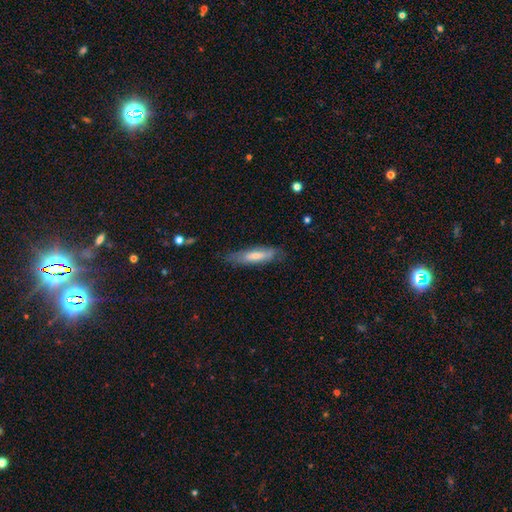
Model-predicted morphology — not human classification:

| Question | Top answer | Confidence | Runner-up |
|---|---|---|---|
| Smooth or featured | smooth | 49% | featured or disk (44%) |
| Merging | none | 75% | minor disturbance (19%) |